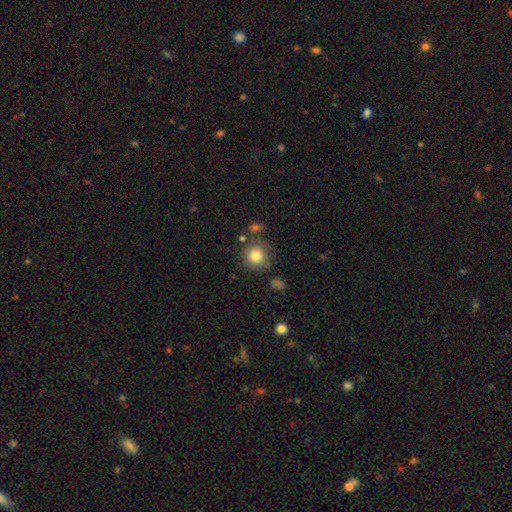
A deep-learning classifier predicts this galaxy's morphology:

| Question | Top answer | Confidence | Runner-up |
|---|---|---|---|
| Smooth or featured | smooth | 82% | star or artifact (10%) |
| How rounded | round | 91% | in between (8%) |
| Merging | none | 78% | minor disturbance (12%) |